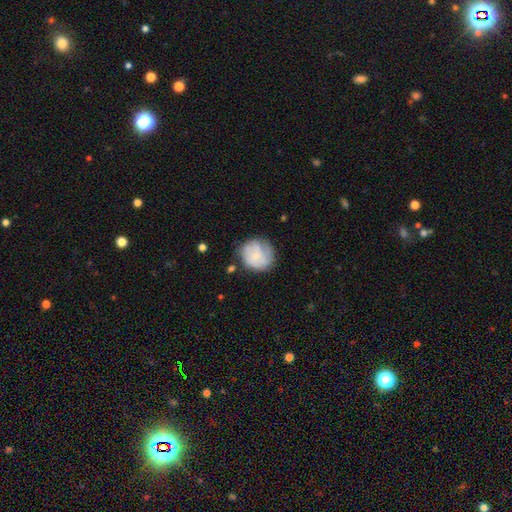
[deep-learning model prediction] smooth 52%, featured or disk 41%, star or artifact 7%. Down the decision tree: how rounded — round (82%); merging — none (60%).